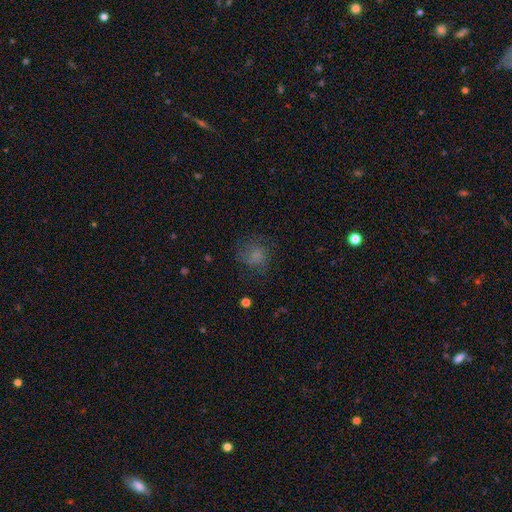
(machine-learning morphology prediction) smooth-or-featured: smooth: 67% | featured or disk: 17% | star or artifact: 15%
  how-rounded: round: 76% | in between: 23% | cigar-shaped: 1%
  merging: none: 63% | minor disturbance: 20% | major disturbance: 16% | merger: 2%